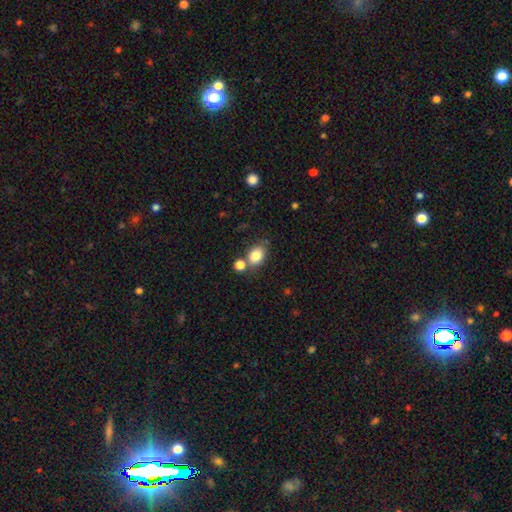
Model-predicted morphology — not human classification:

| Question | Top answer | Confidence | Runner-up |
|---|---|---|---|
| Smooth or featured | smooth | 82% | star or artifact (9%) |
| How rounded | in between | 66% | round (32%) |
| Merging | none | 59% | merger (22%) |